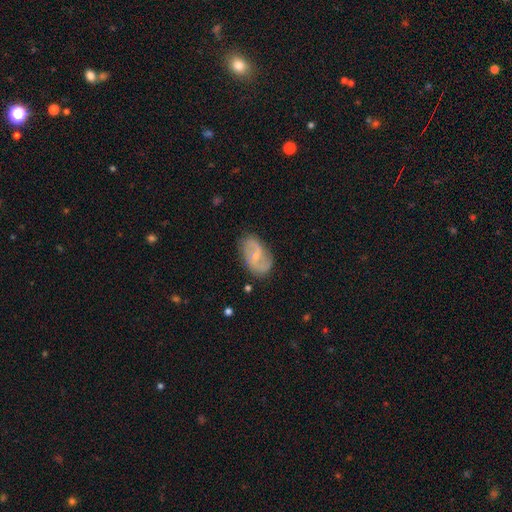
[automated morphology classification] Overall: featured or disk (76%). Edge-on disk: no (97%). Bar: weak (53%; no 35%). Spiral arms: yes (93%). Spiral arm count: 2 (86%). Spiral winding: medium (45%; loose 37%). Bulge size: small (66%). Merging: none (78%).